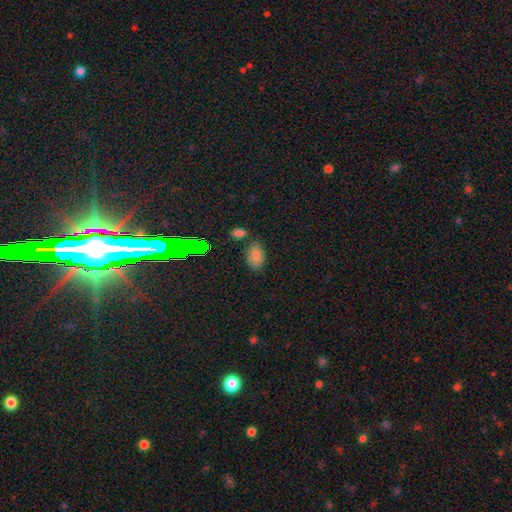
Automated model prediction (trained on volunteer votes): This appears to be a smooth galaxy with no disk features (78%) that is in between round and cigar-shaped (91%). Merging: none (70%).